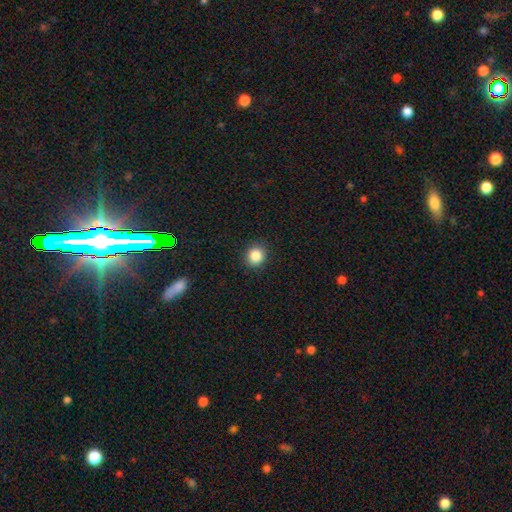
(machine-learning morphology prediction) Overall: smooth (86%). How rounded: round (85%). Merging: none (91%).